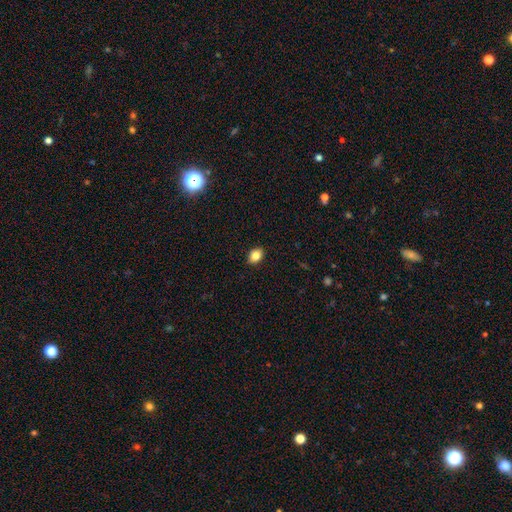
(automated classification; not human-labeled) The model was most divided on "how rounded": in between: 71%, round: 27%, cigar-shaped: 1%. More confident: merging — none (90%); smooth or featured — smooth (84%).